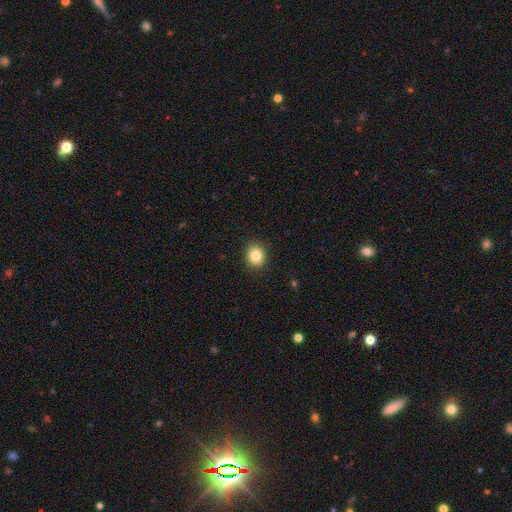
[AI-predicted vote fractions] The model was most divided on "how rounded": round: 65%, in between: 34%, cigar-shaped: 1%. More confident: merging — none (89%); smooth or featured — smooth (83%).